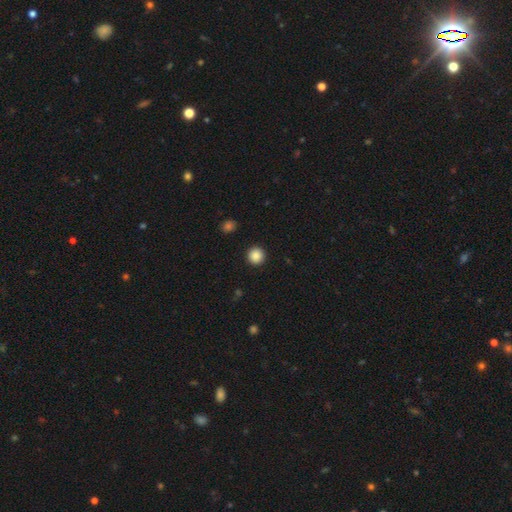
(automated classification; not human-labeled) smooth 87%, star or artifact 9%, featured or disk 3%. Down the decision tree: how rounded — round (95%); merging — none (93%).